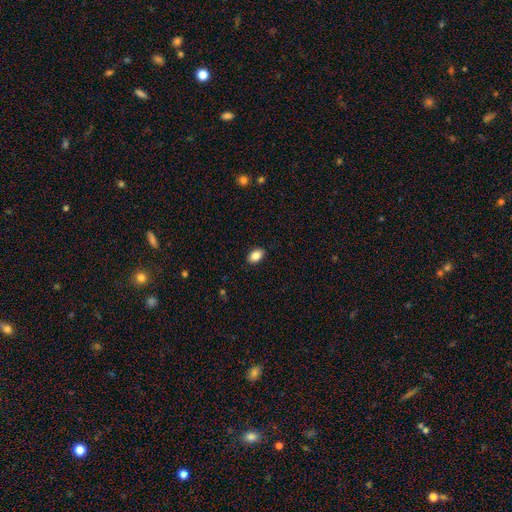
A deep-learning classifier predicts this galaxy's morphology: The model was most divided on "smooth or featured": smooth: 86%, star or artifact: 8%, featured or disk: 6%. More confident: merging — none (89%); how rounded — in between (89%).